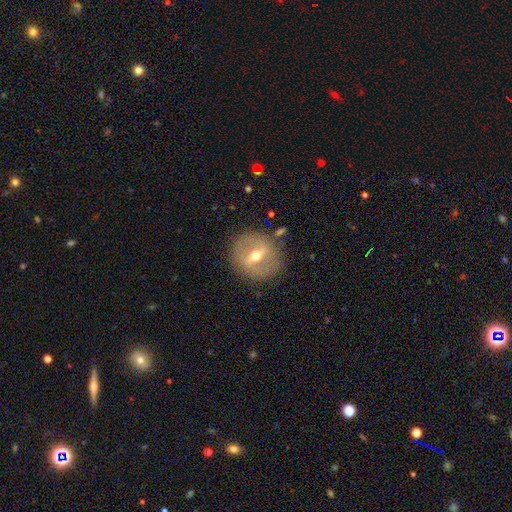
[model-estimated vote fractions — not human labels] smooth-or-featured: featured or disk: 68% | smooth: 25% | star or artifact: 7%
  disk-edge-on: no: 89% | yes: 11%
    bar: strong: 50% | weak: 39% | no: 11%
    has-spiral-arms: no: 62% | yes: 38%
    bulge-size: moderate: 71% | small: 23% | large: 4% | dominant: 1% | none: 1%
  merging: none: 81% | minor disturbance: 12% | major disturbance: 5% | merger: 2%